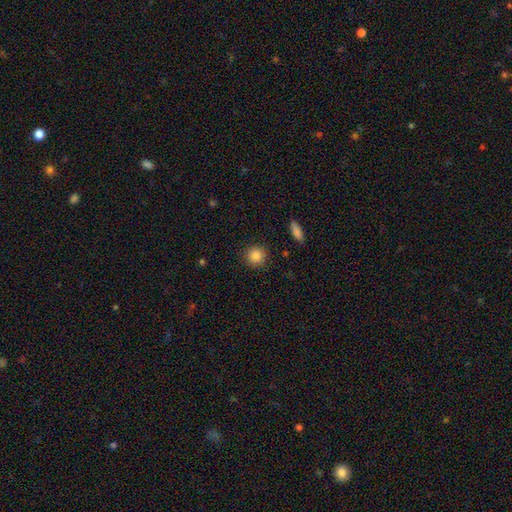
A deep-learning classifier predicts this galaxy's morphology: Smooth or featured? smooth (86%)
How rounded? round (92%)
Merging? none (90%)